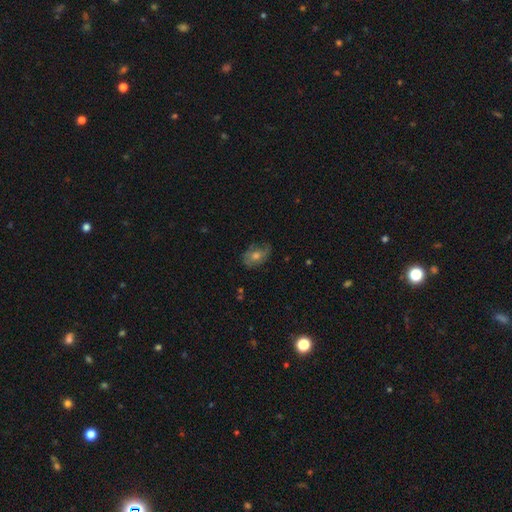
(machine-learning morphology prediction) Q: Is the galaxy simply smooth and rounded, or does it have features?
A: featured or disk — 47%.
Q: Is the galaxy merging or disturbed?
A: none — 66%.